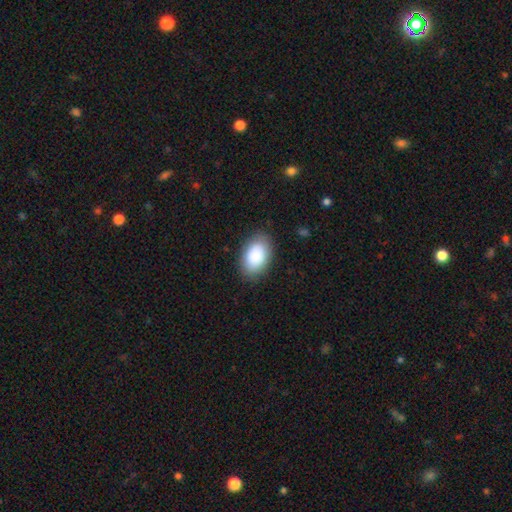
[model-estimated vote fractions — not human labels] smooth 88%, star or artifact 6%, featured or disk 6%. Down the decision tree: how rounded — in between (90%); merging — none (85%).